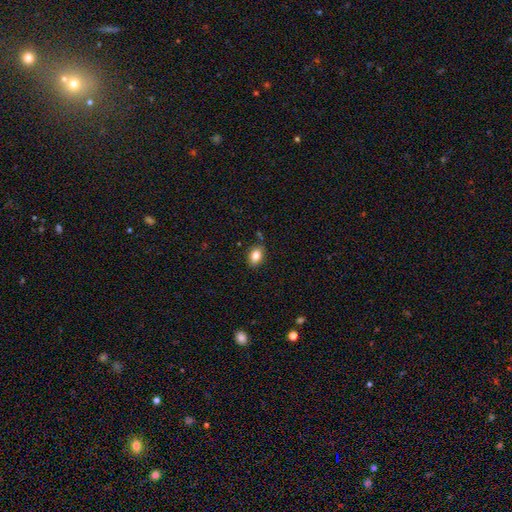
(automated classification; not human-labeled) Smooth or featured? smooth (83%)
How rounded? in between (74%)
Merging? none (83%)